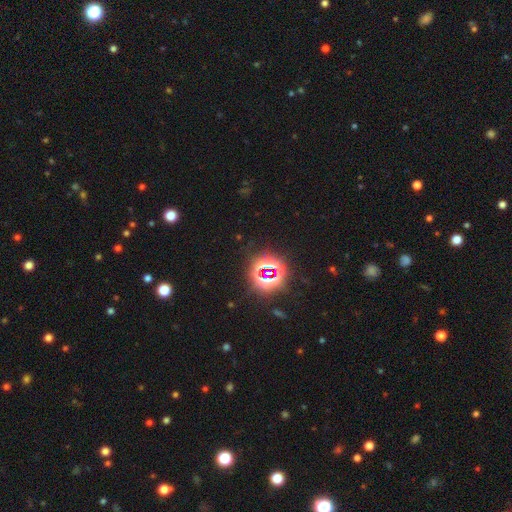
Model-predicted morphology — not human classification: smooth-or-featured: star or artifact: 82% | smooth: 11% | featured or disk: 7%